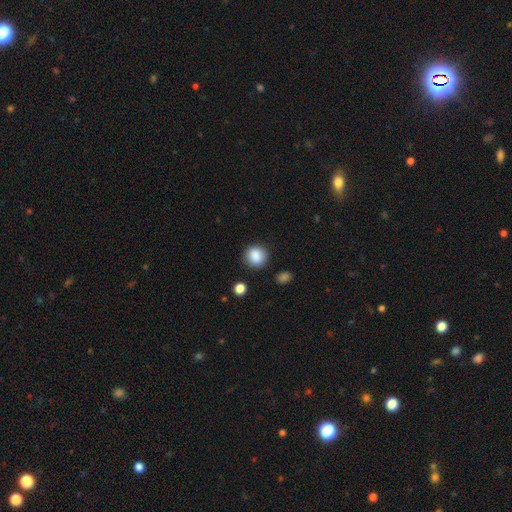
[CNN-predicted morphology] smooth_or_featured: smooth (p=0.87) [alt: star or artifact p=0.09]
how_rounded: round (p=0.83) [alt: in between p=0.15]
merging: none (p=0.86) [alt: minor disturbance p=0.09]